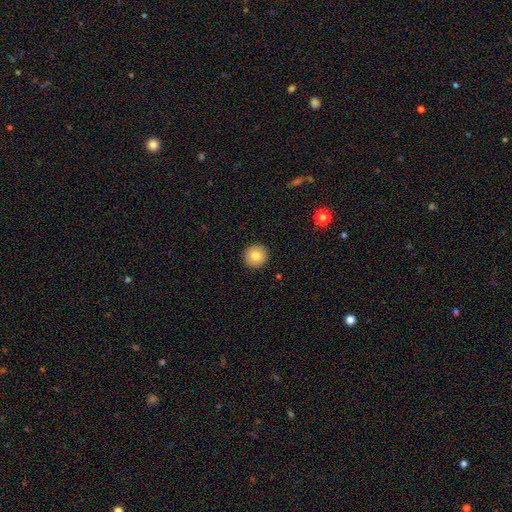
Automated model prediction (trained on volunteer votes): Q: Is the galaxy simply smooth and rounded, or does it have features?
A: smooth — 83%.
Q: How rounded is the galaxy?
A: round — 93%.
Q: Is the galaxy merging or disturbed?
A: none — 93%.